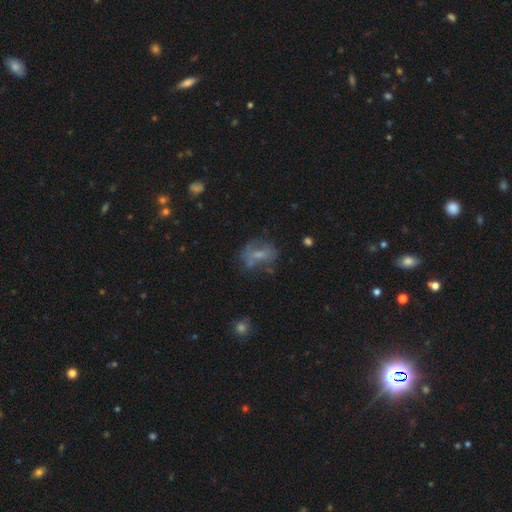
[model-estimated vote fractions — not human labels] Morphology: type=featured or disk (45%); merging=none (47%).